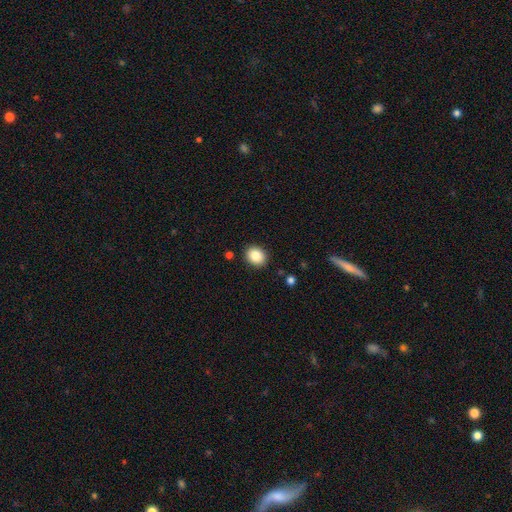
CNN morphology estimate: Smooth or featured: smooth — 85% (star or artifact — 9%)
How rounded: round — 58% (in between — 41%)
Merging: none — 90% (minor disturbance — 7%)